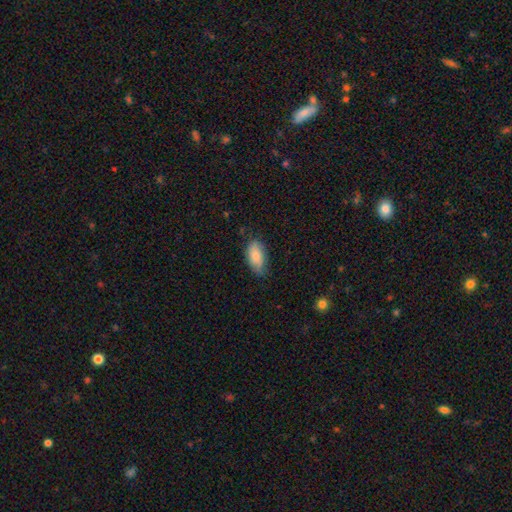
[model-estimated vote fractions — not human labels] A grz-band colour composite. It shows a smooth galaxy with no disk features (84%) that is in between round and cigar-shaped (92%). Merging: none (67%).